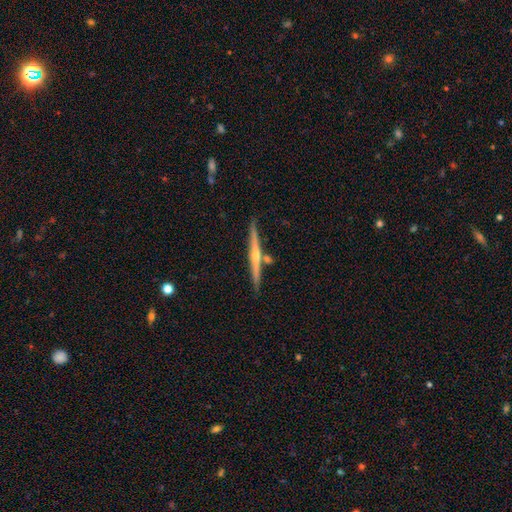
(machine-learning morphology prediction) smooth-or-featured: featured or disk: 68% | smooth: 26% | star or artifact: 6%
  disk-edge-on: yes: 98% | no: 2%
    edge-on-bulge: rounded: 65% | none: 29% | boxy: 6%
  merging: none: 82% | minor disturbance: 9% | merger: 7% | major disturbance: 2%